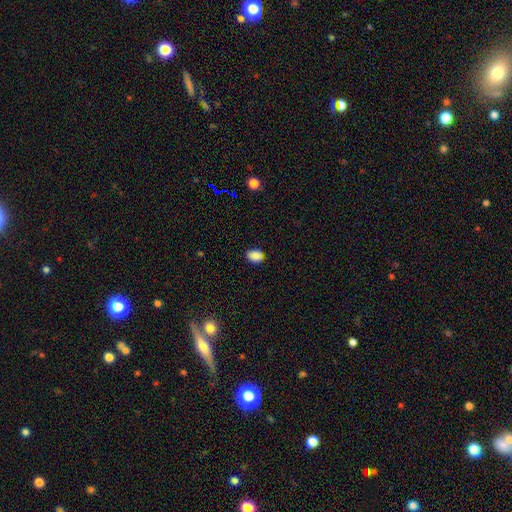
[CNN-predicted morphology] Q: Smooth or featured?
A: smooth (87%); runner-up: star or artifact (10%)
Q: How rounded?
A: in between (66%); runner-up: round (33%)
Q: Merging?
A: none (85%); runner-up: minor disturbance (12%)